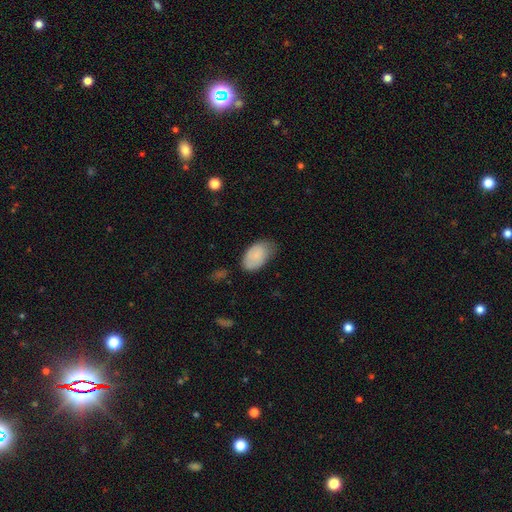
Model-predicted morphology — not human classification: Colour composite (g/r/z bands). It shows a smooth galaxy with no disk features (83%) that is in between round and cigar-shaped (94%). Merging: none (57%).